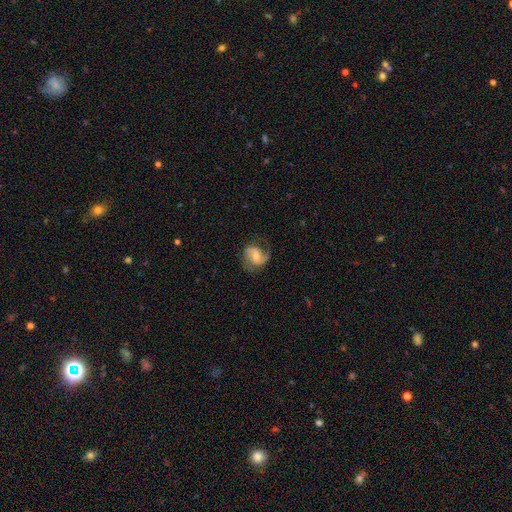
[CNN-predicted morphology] Overall: featured or disk (79%). Edge-on disk: no (98%). Bar: weak (46%; no 36%). Spiral arms: yes (95%). Spiral arm count: 2 (89%). Spiral winding: medium (49%; loose 35%). Bulge size: moderate (53%; small 39%). Merging: none (73%).